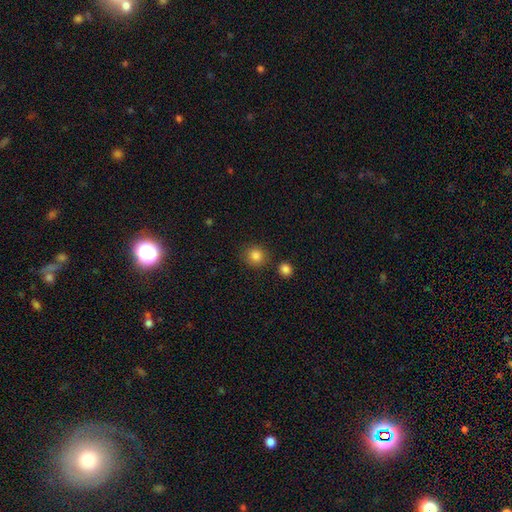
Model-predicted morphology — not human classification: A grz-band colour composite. It shows a smooth galaxy with no disk features (85%) that is round (89%). Merging: none (83%).